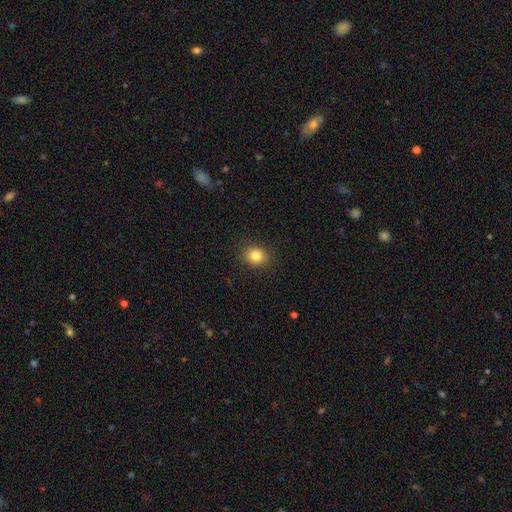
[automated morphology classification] smooth 83%, star or artifact 11%, featured or disk 6%. Down the decision tree: how rounded — round (65%); merging — none (89%).